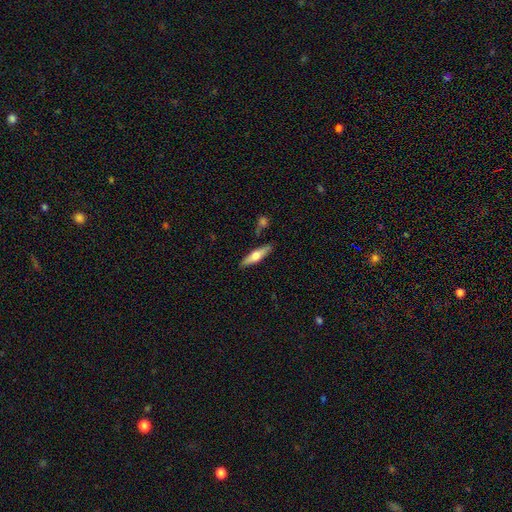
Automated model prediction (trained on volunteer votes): Overall: smooth (54%; featured or disk 40%). How rounded: cigar-shaped (67%; in between 31%). Merging: none (83%).